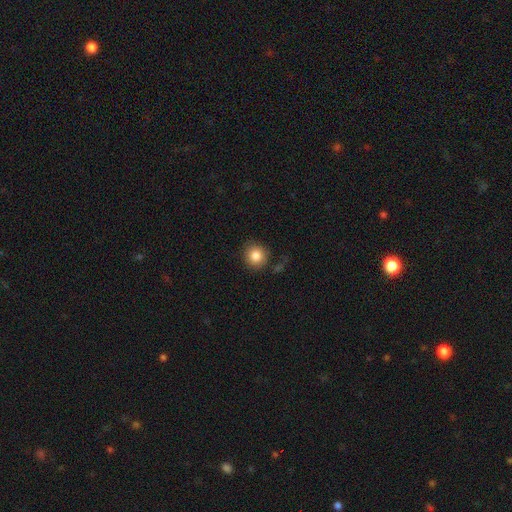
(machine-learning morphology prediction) Q: Smooth or featured?
A: smooth (85%); runner-up: star or artifact (9%)
Q: How rounded?
A: round (90%); runner-up: in between (9%)
Q: Merging?
A: none (84%); runner-up: minor disturbance (10%)